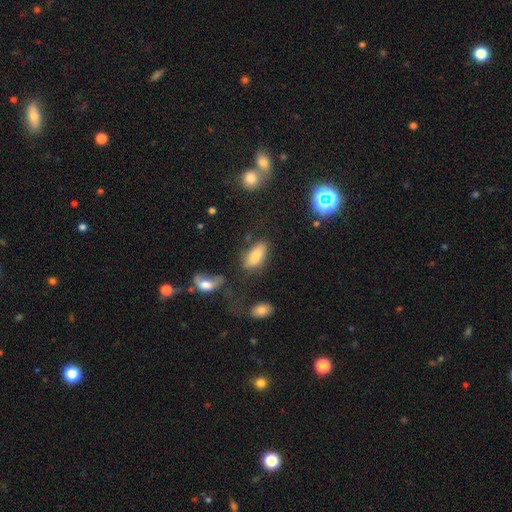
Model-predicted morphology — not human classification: Smooth or featured? smooth (77%)
How rounded? in between (85%)
Merging? none (63%)